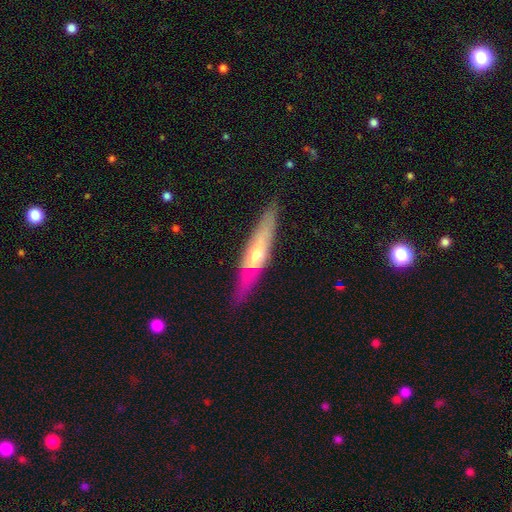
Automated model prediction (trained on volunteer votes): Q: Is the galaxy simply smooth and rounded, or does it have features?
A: featured or disk — 64%.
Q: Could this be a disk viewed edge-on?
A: yes — 82%.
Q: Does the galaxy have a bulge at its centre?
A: rounded — 74%.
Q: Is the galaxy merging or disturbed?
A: none — 83%.